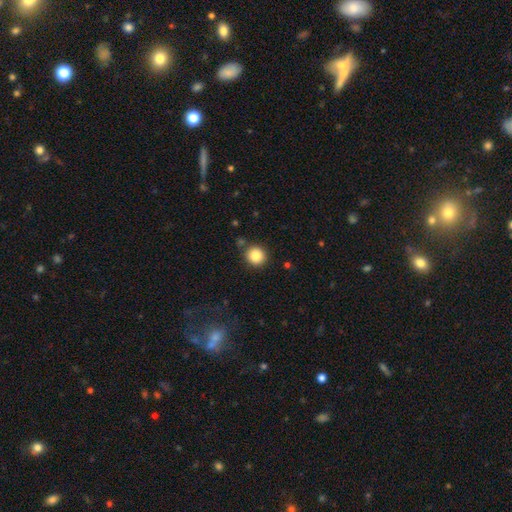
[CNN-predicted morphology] smooth 86%, star or artifact 10%, featured or disk 5%. Down the decision tree: how rounded — round (90%); merging — none (85%).